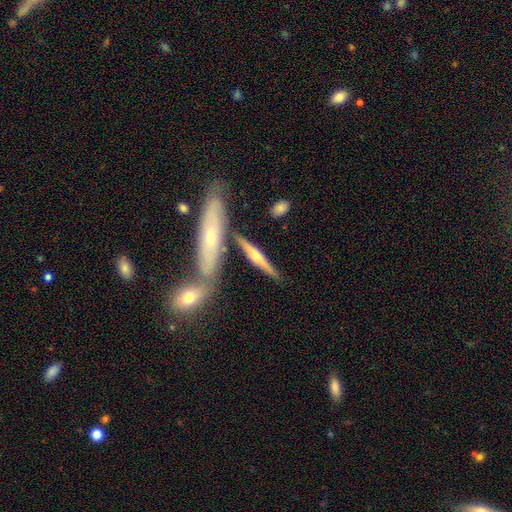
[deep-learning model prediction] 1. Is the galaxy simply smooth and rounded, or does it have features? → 62% featured or disk, 31% smooth, 6% star or artifact.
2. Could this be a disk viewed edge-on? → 94% yes, 6% no.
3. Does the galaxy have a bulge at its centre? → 84% rounded, 10% none, 6% boxy.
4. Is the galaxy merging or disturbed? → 72% none, 14% merger, 11% minor disturbance, 3% major disturbance.